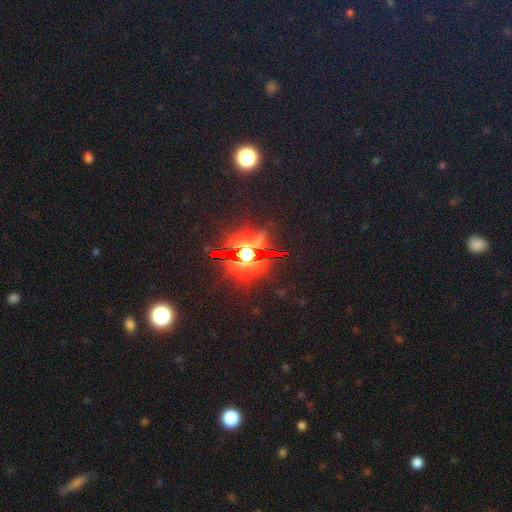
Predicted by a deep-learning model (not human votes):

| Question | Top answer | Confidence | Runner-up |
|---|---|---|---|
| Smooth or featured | star or artifact | 73% | smooth (15%) |